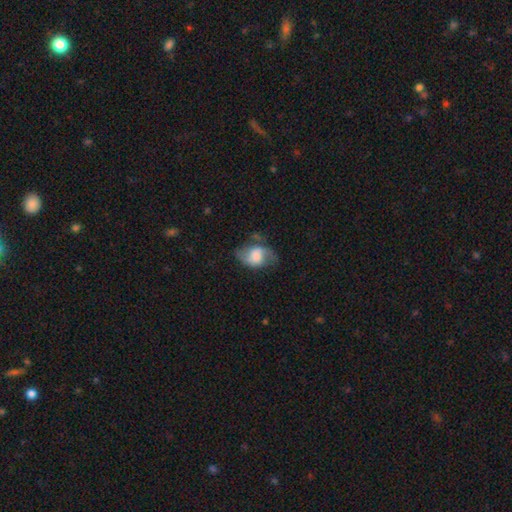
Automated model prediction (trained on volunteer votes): Smooth or featured? featured or disk (51%)
Edge-on disk? no (96%)
Merging? none (50%)